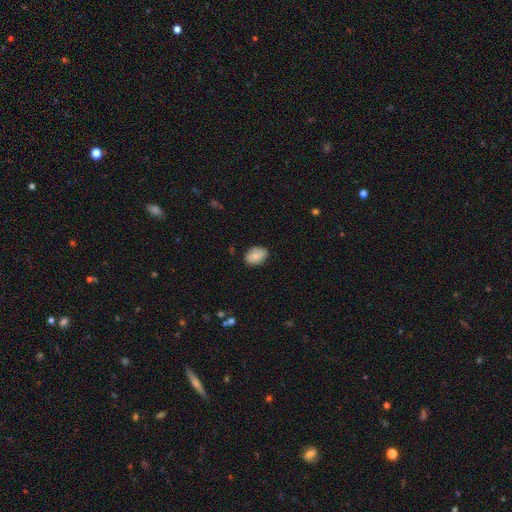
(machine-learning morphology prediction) Smooth or featured: smooth — 74% (featured or disk — 19%)
How rounded: in between — 74% (round — 24%)
Merging: none — 81% (minor disturbance — 15%)